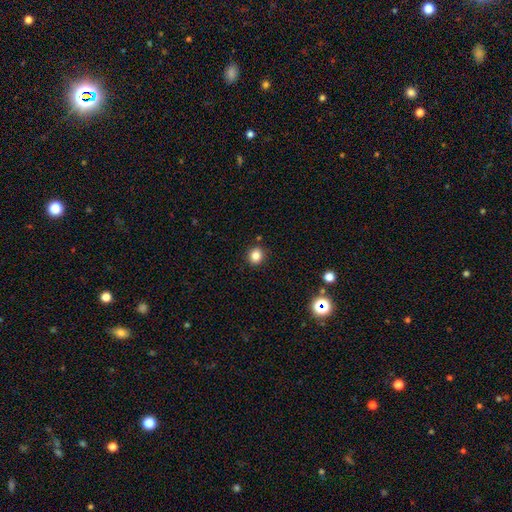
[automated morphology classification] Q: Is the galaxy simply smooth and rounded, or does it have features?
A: smooth — 84%.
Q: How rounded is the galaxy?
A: round — 80%.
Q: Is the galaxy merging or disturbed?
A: none — 89%.